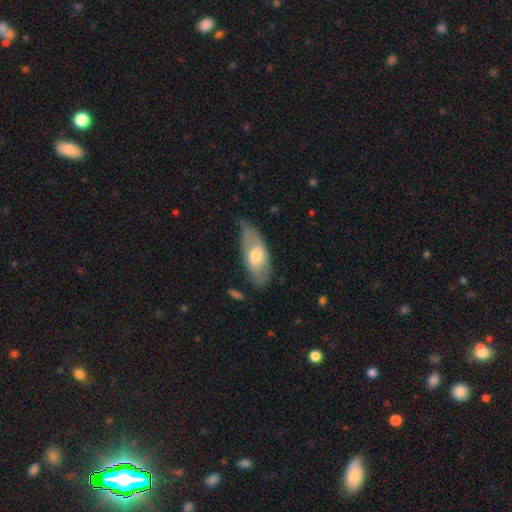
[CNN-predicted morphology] smooth_or_featured: smooth (p=0.61) [alt: featured or disk p=0.34]
how_rounded: in between (p=0.85) [alt: cigar-shaped p=0.12]
merging: none (p=0.57) [alt: minor disturbance p=0.32]